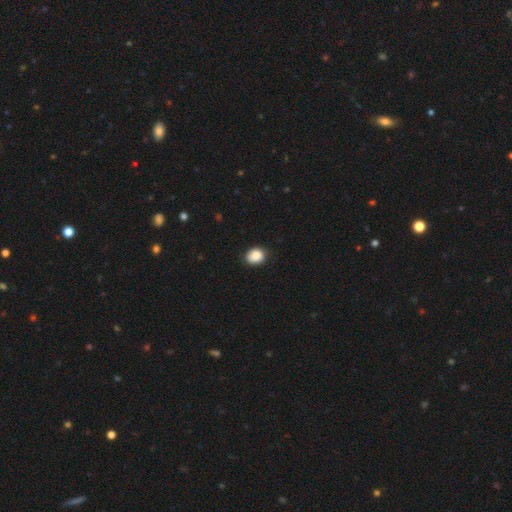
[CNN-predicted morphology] Q: Smooth or featured?
A: smooth (88%); runner-up: star or artifact (8%)
Q: How rounded?
A: round (53%); runner-up: in between (46%)
Q: Merging?
A: none (83%); runner-up: minor disturbance (13%)